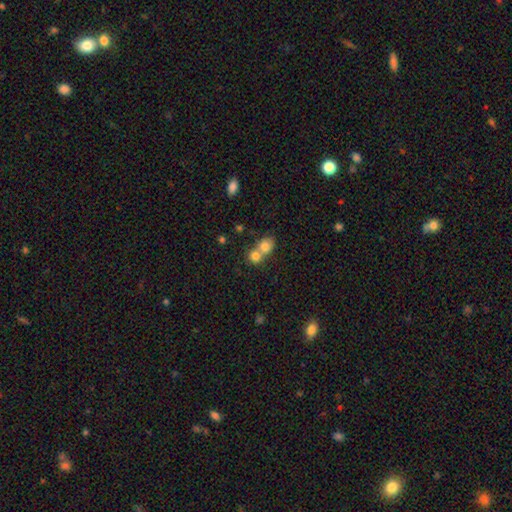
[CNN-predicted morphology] This is likely a smooth galaxy (78%). How rounded: likely round (76%). Merging: likely merger (61%).